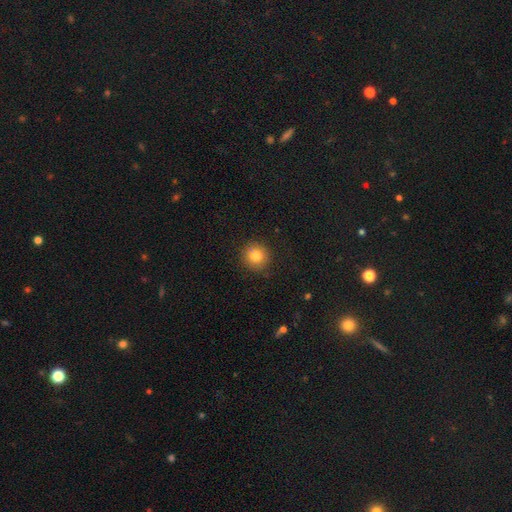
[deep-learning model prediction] Smooth or featured?
  - smooth: 80% *
  - star or artifact: 11%
  - featured or disk: 9%
How rounded?
  - round: 93% *
  - in between: 6%
  - cigar-shaped: 1%
Merging?
  - none: 89% *
  - minor disturbance: 7%
  - major disturbance: 2%
  - merger: 1%